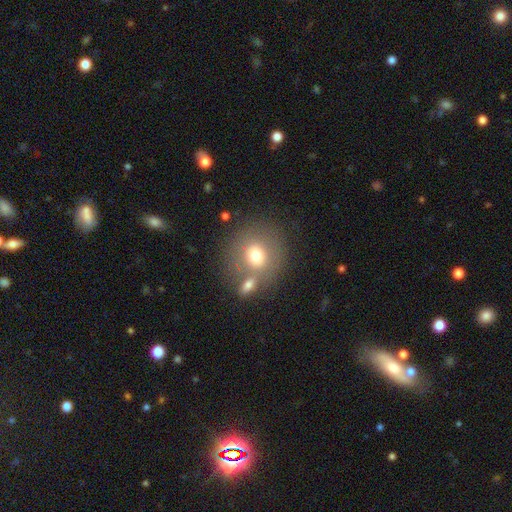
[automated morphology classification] type=smooth (71%); roundness=round (84%); merging=none (59%).